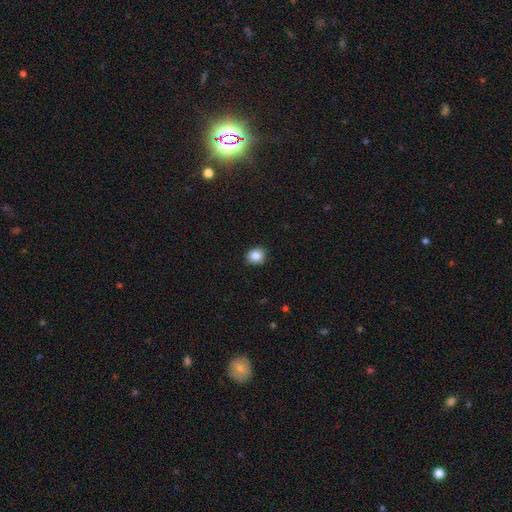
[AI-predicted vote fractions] Smooth or featured? Predicted: smooth (p=0.86). How rounded? Predicted: round (p=0.65). Merging? Predicted: none (p=0.86).